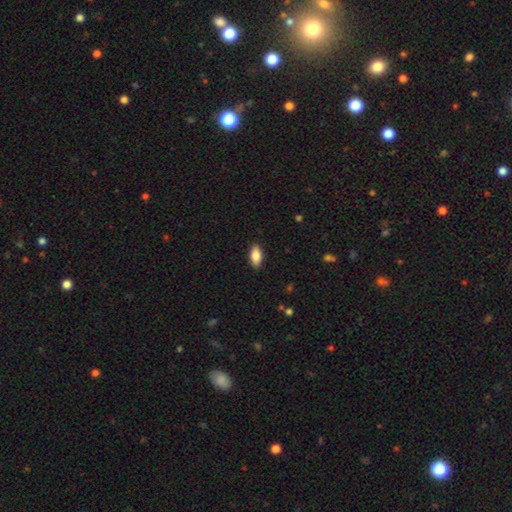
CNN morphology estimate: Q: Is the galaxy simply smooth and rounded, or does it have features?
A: smooth — 86%.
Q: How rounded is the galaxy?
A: in between — 91%.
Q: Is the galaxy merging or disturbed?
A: none — 88%.